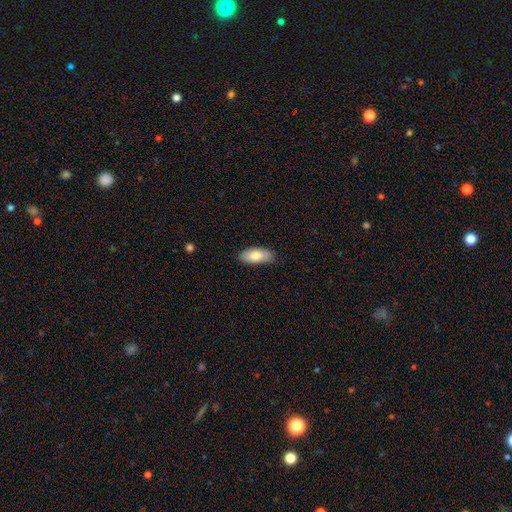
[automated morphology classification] smooth-or-featured: smooth: 78% | featured or disk: 16% | star or artifact: 6%
  how-rounded: in between: 88% | cigar-shaped: 9% | round: 3%
  merging: none: 81% | minor disturbance: 15% | major disturbance: 2% | merger: 1%